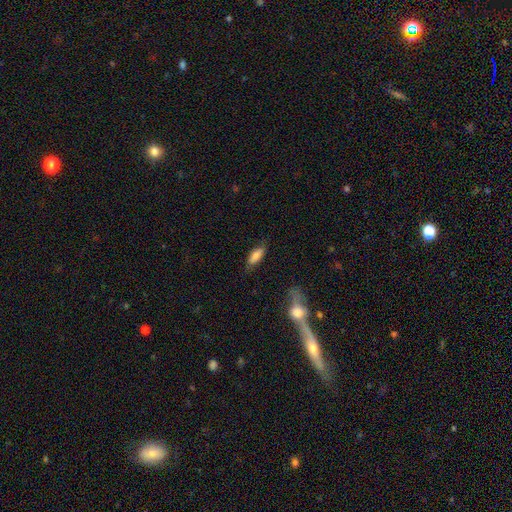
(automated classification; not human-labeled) Overall: smooth (76%). How rounded: in between (69%). Merging: none (74%).